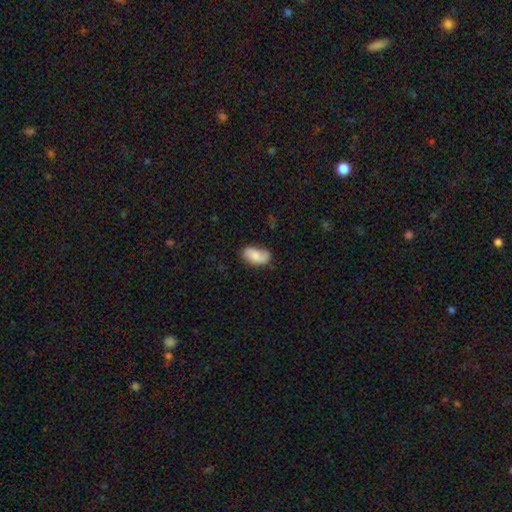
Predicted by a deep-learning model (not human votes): This appears to be a smooth galaxy with no disk features (70%) that is in between round and cigar-shaped (93%). Merging: none (68%).